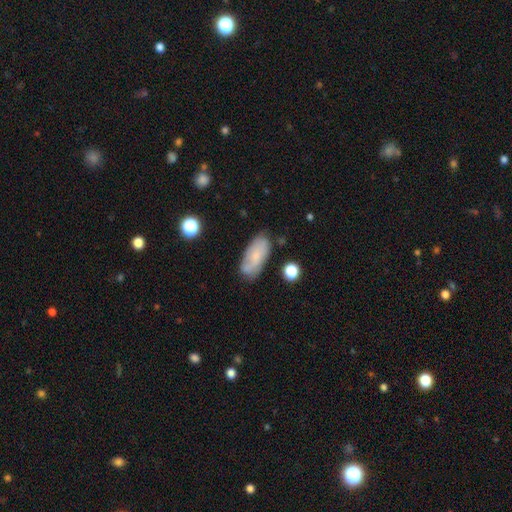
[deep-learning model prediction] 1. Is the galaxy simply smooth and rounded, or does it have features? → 63% smooth, 29% featured or disk, 8% star or artifact.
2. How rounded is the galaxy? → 86% in between, 11% cigar-shaped, 3% round.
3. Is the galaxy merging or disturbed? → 68% none, 21% minor disturbance, 6% major disturbance, 5% merger.